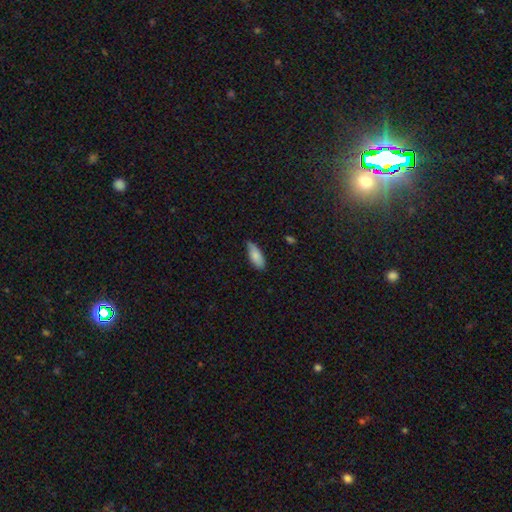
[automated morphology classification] Smooth or featured?
  - smooth: 81% *
  - featured or disk: 13%
  - star or artifact: 6%
How rounded?
  - in between: 80% *
  - cigar-shaped: 18%
  - round: 2%
Merging?
  - none: 67% *
  - minor disturbance: 28%
  - major disturbance: 4%
  - merger: 1%